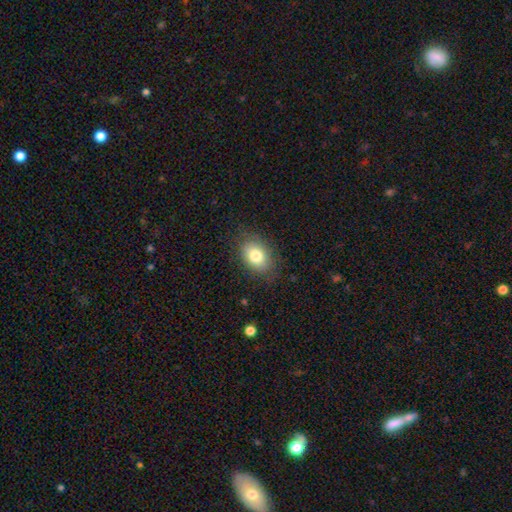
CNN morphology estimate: The model was most divided on "how rounded": in between: 76%, round: 23%, cigar-shaped: 1%. More confident: merging — none (81%); smooth or featured — smooth (79%).